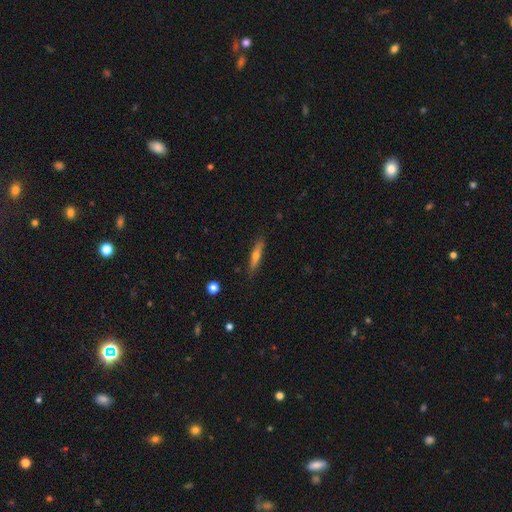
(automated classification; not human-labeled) A smooth galaxy with no disk features (50%).

Vote fractions:
- Smooth or featured? smooth: 50% / featured or disk: 44% / star or artifact: 7%
- Merging? none: 86% / minor disturbance: 11% / major disturbance: 2% / merger: 1%